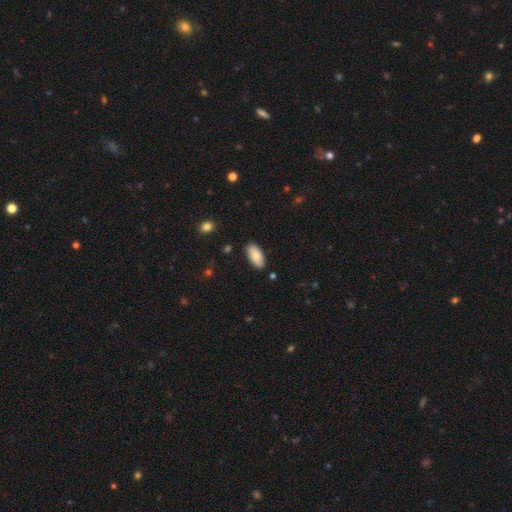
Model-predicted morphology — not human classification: This is clearly a smooth galaxy (84%). How rounded: clearly in between (91%). Merging: clearly none (87%).